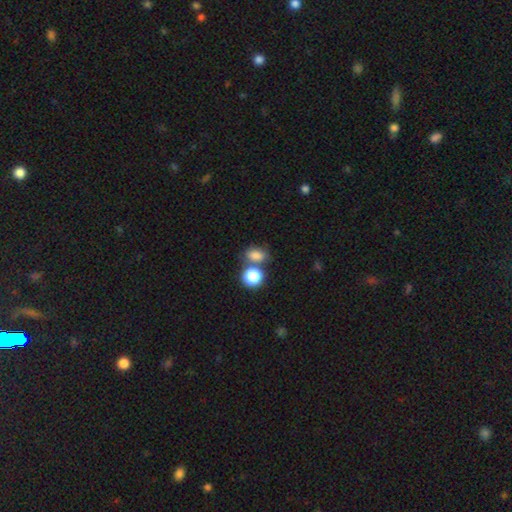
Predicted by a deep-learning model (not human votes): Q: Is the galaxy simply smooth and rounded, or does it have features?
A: smooth — 81%.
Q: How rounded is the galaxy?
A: in between — 63%.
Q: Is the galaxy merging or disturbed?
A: none — 53%.